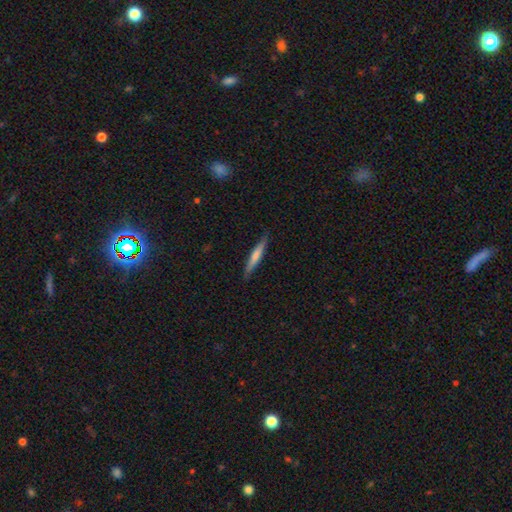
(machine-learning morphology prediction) type=smooth (64%); roundness=cigar-shaped (94%); merging=none (87%).